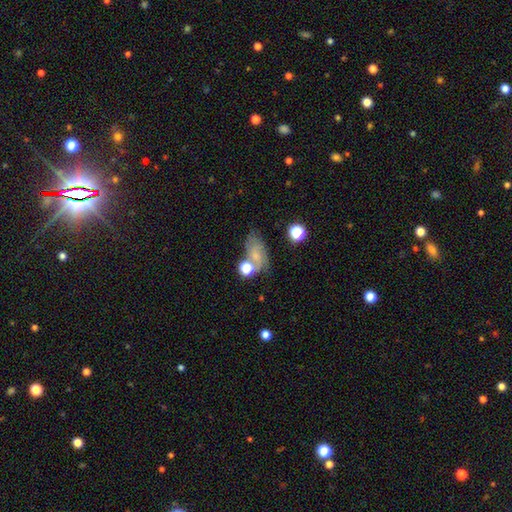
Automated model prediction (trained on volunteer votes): The model was most divided on "smooth or featured": smooth: 48%, featured or disk: 36%, star or artifact: 16%. Remaining: merging — none (44%).